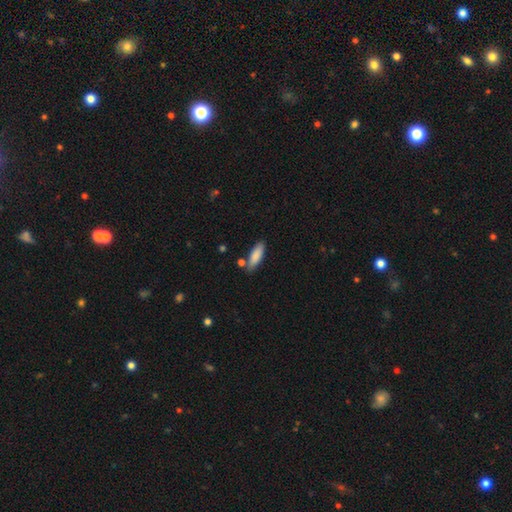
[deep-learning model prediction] Overall: smooth (86%). How rounded: in between (57%; cigar-shaped 41%). Merging: none (75%).